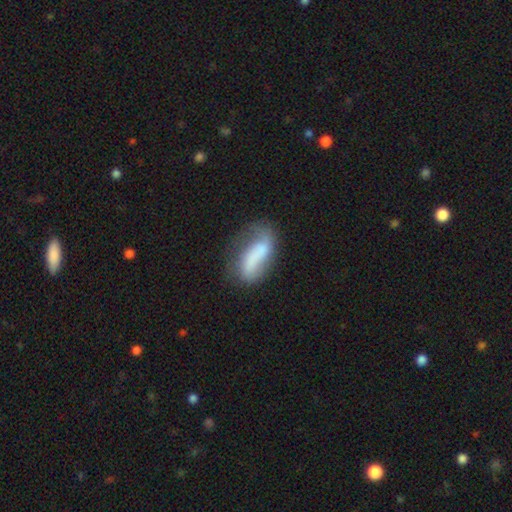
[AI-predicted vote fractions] A smooth galaxy with no disk features (48%). Merging: none (44%).